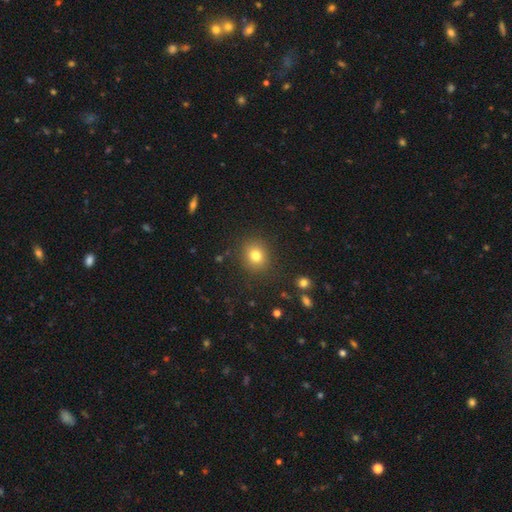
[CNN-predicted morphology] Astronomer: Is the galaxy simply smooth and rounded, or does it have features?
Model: smooth — 78%.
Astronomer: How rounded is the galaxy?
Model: round — 78%.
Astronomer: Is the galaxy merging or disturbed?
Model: none — 87%.